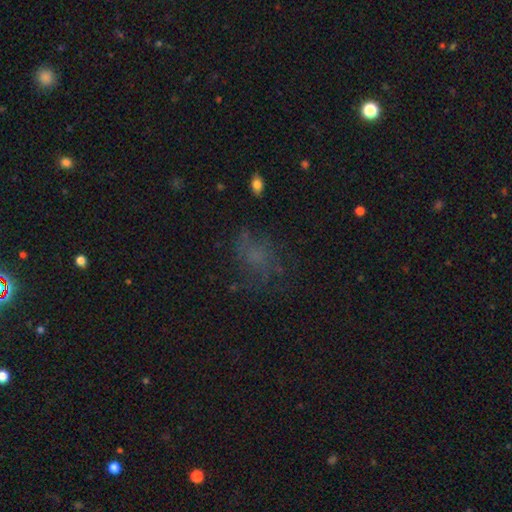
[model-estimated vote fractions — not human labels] smooth-or-featured: smooth: 48% | featured or disk: 28% | star or artifact: 24%
  merging: none: 56% | major disturbance: 22% | minor disturbance: 20% | merger: 2%